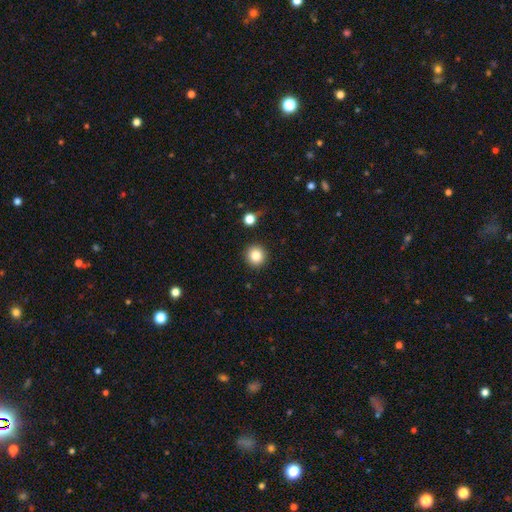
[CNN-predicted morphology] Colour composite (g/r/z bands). It shows a smooth galaxy with no disk features (84%) that is round (94%). Merging: none (90%).